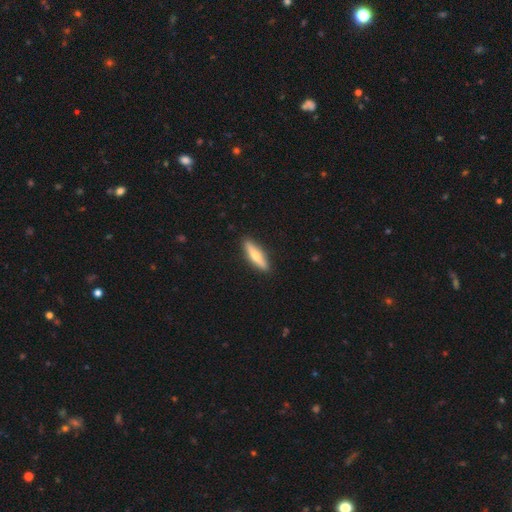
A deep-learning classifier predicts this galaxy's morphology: The model was most divided on "smooth or featured": smooth: 52%, featured or disk: 43%, star or artifact: 5%. More confident: merging — none (91%); how rounded — cigar-shaped (74%).